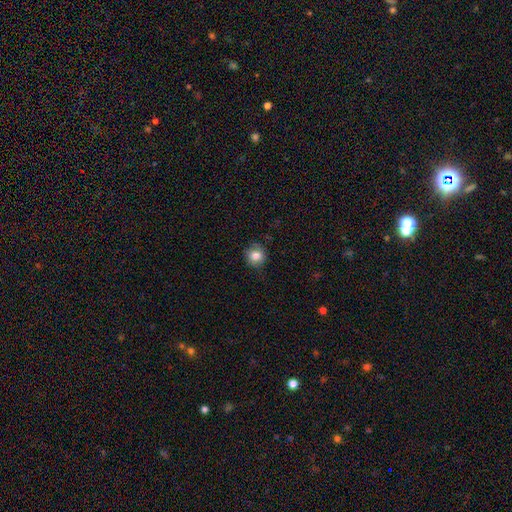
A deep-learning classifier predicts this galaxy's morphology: The model was most divided on "how rounded": round: 84%, in between: 15%, cigar-shaped: 1%. More confident: merging — none (83%); smooth or featured — smooth (82%).